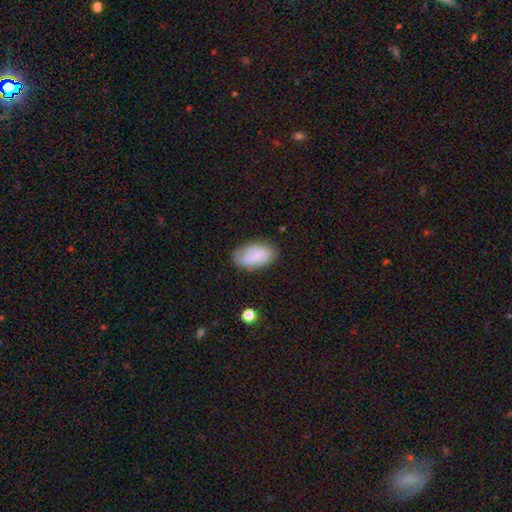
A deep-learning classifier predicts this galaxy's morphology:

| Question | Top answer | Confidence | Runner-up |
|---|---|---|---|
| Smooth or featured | smooth | 73% | featured or disk (20%) |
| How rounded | in between | 93% | round (5%) |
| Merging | none | 70% | minor disturbance (22%) |